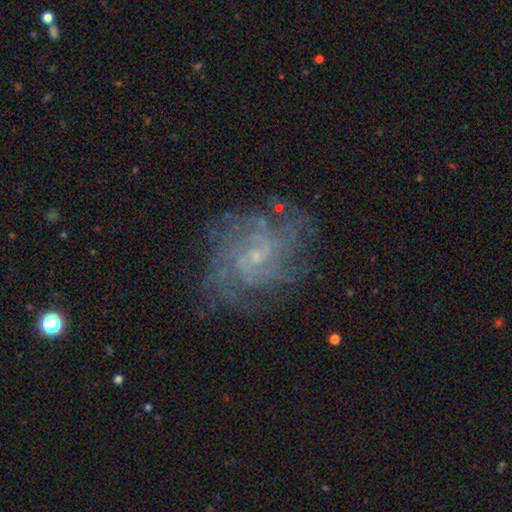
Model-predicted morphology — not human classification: A featured or disk galaxy (80%) with no bar (54%), tight (52%) spiral arms (91%) and a small central bulge (77%).

Vote fractions:
- Smooth or featured? featured or disk: 80% / star or artifact: 11% / smooth: 10%
- Edge-on disk? no: 97% / yes: 3%
- Bar? no: 54% / weak: 39% / strong: 6%
- Spiral arms? yes: 91% / no: 9%
- Spiral winding? tight: 52% / medium: 36% / loose: 12%
- Spiral arm count? can't tell: 41% / 4: 19% / 3: 12% / more than 4: 11% / 2: 11% / 1: 6%
- Bulge size? small: 77% / moderate: 15% / none: 6% / large: 1% / dominant: 1%
- Merging? none: 72% / minor disturbance: 17% / major disturbance: 10% / merger: 2%